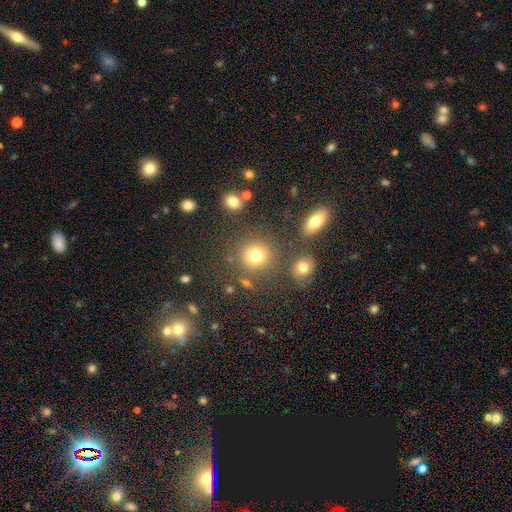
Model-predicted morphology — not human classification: Smooth or featured: smooth — 76% (star or artifact — 16%)
How rounded: round — 88% (in between — 11%)
Merging: none — 79% (minor disturbance — 9%)